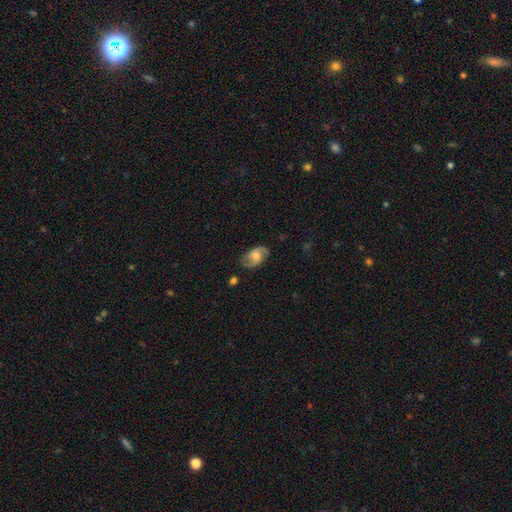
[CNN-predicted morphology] Overall: featured or disk (64%; smooth 29%). Edge-on disk: no (96%). Bar: no (62%; weak 32%). Spiral arms: yes (89%). Spiral arm count: 2 (86%). Spiral winding: medium (47%; loose 28%). Bulge size: moderate (59%; small 28%). Merging: none (77%).